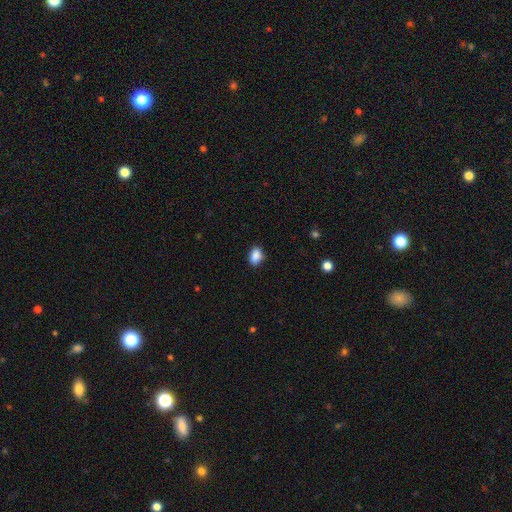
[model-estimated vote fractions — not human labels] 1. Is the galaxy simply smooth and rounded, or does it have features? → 89% smooth, 8% star or artifact, 3% featured or disk.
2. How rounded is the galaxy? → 79% in between, 20% round, 1% cigar-shaped.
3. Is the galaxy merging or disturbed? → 85% none, 12% minor disturbance, 2% major disturbance, 1% merger.